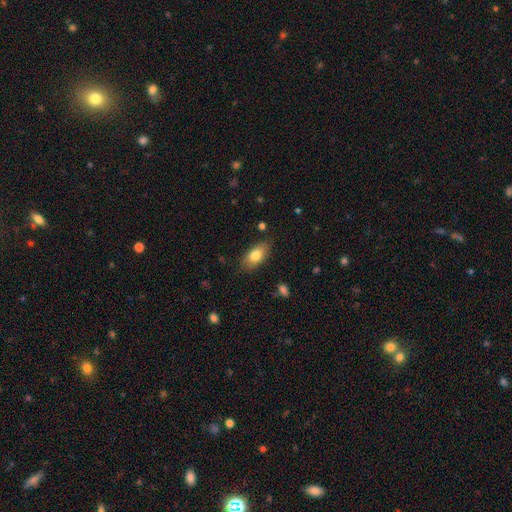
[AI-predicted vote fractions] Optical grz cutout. It shows a smooth galaxy with no disk features (78%) that is in between round and cigar-shaped (88%). Merging: none (81%).